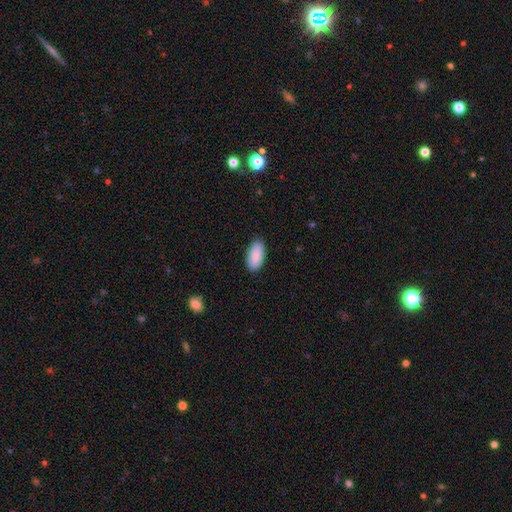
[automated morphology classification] Smooth or featured?
  - smooth: 88% *
  - featured or disk: 7%
  - star or artifact: 6%
How rounded?
  - in between: 93% *
  - cigar-shaped: 5%
  - round: 2%
Merging?
  - none: 86% *
  - minor disturbance: 11%
  - major disturbance: 2%
  - merger: 1%